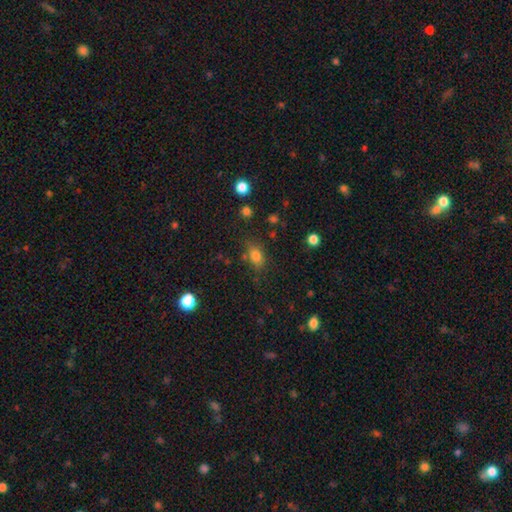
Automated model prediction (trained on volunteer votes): smooth-or-featured: smooth: 79% | star or artifact: 13% | featured or disk: 8%
  how-rounded: in between: 80% | round: 17% | cigar-shaped: 4%
  merging: none: 72% | minor disturbance: 17% | merger: 6% | major disturbance: 5%